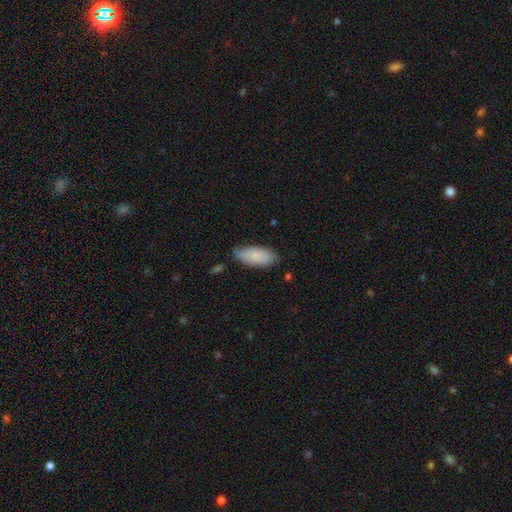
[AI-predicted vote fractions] Morphology: type=smooth (79%); roundness=in between (90%); merging=none (68%).